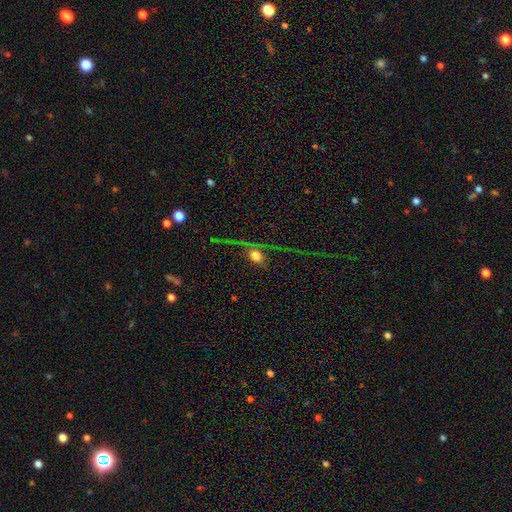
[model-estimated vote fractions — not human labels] This is possibly a smooth galaxy (56%). How rounded: possibly round (50%). Merging: possibly none (55%).